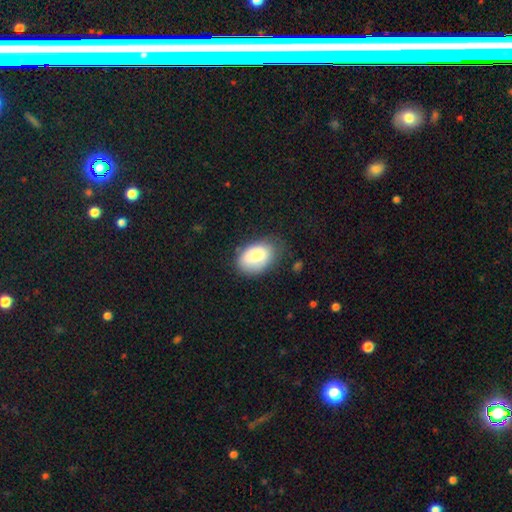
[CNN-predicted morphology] smooth_or_featured: smooth (p=0.82) [alt: featured or disk p=0.11]
how_rounded: in between (p=0.86) [alt: round p=0.13]
merging: none (p=0.66) [alt: minor disturbance p=0.25]